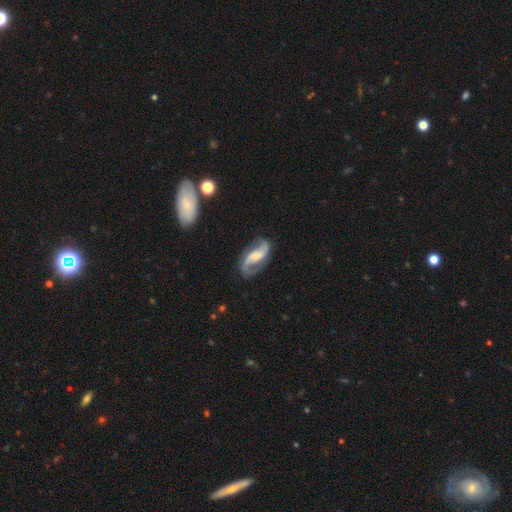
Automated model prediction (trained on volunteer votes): Smooth or featured: featured or disk — 85% (smooth — 10%)
Edge-on disk: no — 96% (yes — 4%)
Bar: weak — 42% (no — 32%)
Spiral arms: yes — 96% (no — 4%)
Spiral winding: loose — 48% (medium — 41%)
Spiral arm count: 2 — 92% (can't tell — 3%)
Bulge size: moderate — 34% (small — 31%)
Merging: none — 74% (minor disturbance — 16%)